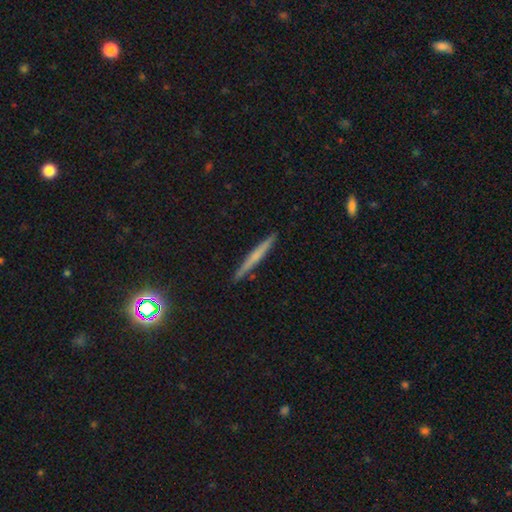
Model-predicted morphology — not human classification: This appears to be a smooth galaxy with no disk features (47%). Merging: none (91%).